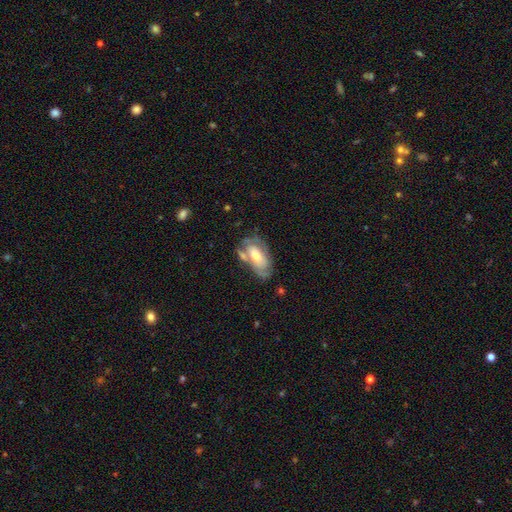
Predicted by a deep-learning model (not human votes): Morphology: type=featured or disk (62%); edge-on=no (92%); bar=no (62%); spiral arms=yes (70%); bulge=moderate (56%); merging=none (44%).